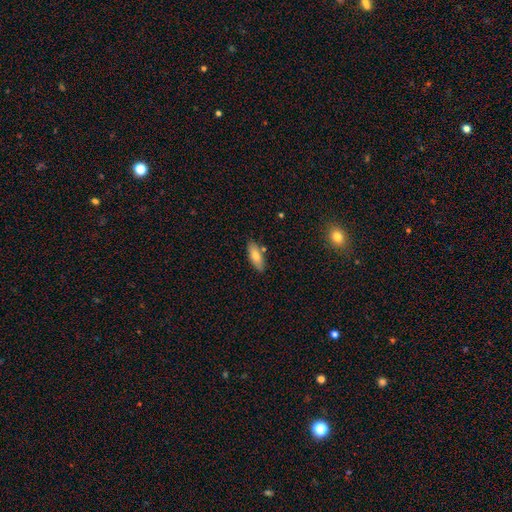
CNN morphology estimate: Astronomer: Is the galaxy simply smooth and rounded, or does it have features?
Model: smooth — 73%.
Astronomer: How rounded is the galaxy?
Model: in between — 70%.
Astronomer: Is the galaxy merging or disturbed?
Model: none — 80%.